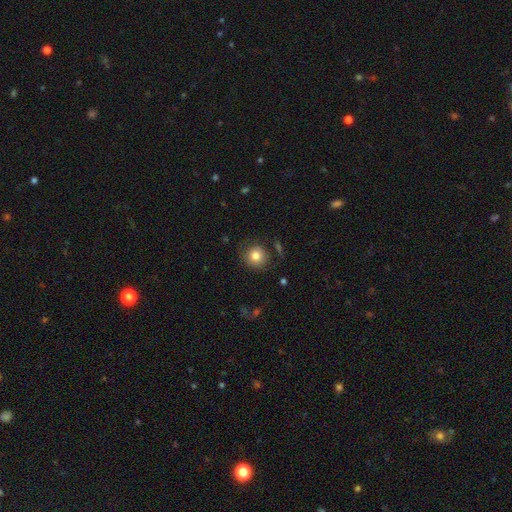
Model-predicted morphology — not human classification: smooth_or_featured: smooth (p=0.81) [alt: featured or disk p=0.10]
how_rounded: round (p=0.90) [alt: in between p=0.09]
merging: none (p=0.78) [alt: minor disturbance p=0.14]